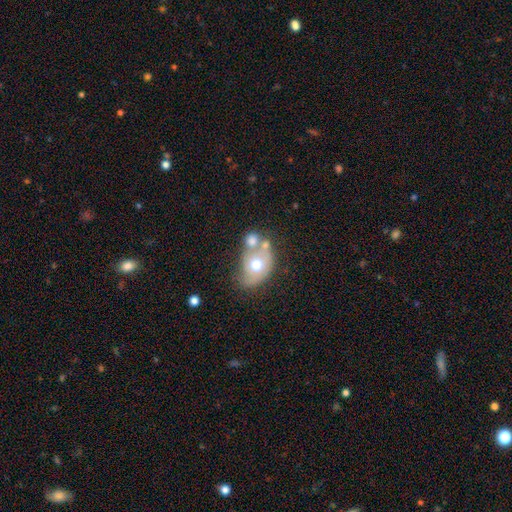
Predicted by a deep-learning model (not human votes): Smooth or featured? smooth (48%)
Merging? merger (45%)